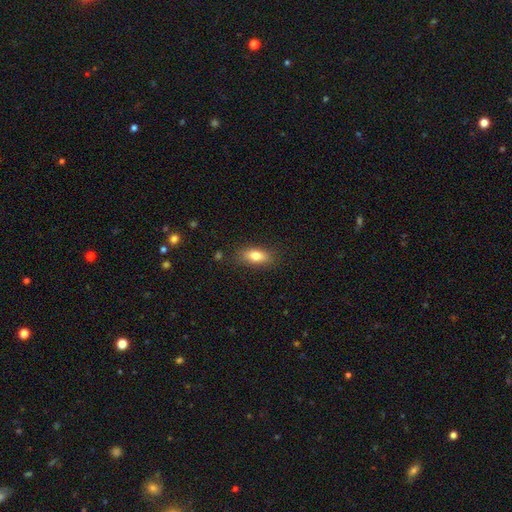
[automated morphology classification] This appears to be a smooth galaxy with no disk features (80%) that is in between round and cigar-shaped (82%). Merging: none (83%).